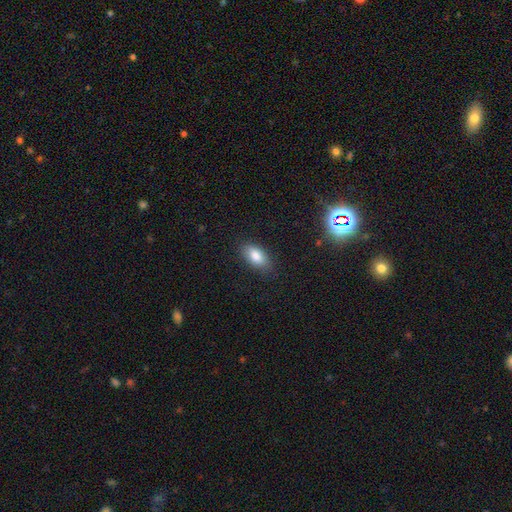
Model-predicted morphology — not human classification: Smooth or featured?
  - smooth: 83% *
  - featured or disk: 9%
  - star or artifact: 8%
How rounded?
  - in between: 89% *
  - cigar-shaped: 7%
  - round: 4%
Merging?
  - none: 83% *
  - minor disturbance: 13%
  - major disturbance: 3%
  - merger: 1%